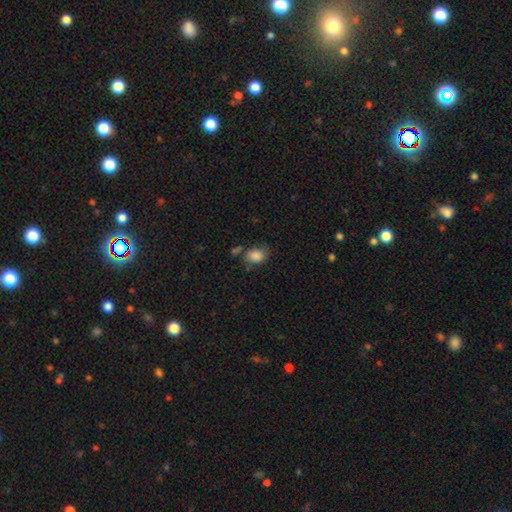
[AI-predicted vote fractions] This appears to be a smooth galaxy with no disk features (85%) that is in between round and cigar-shaped (62%). Merging: none (58%).